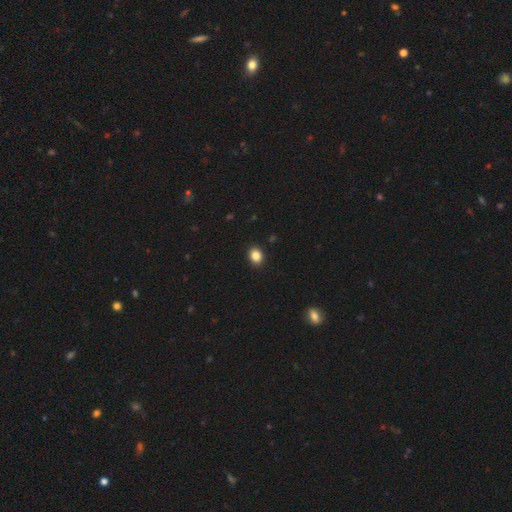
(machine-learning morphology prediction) Smooth or featured? smooth (86%)
How rounded? in between (57%)
Merging? none (91%)